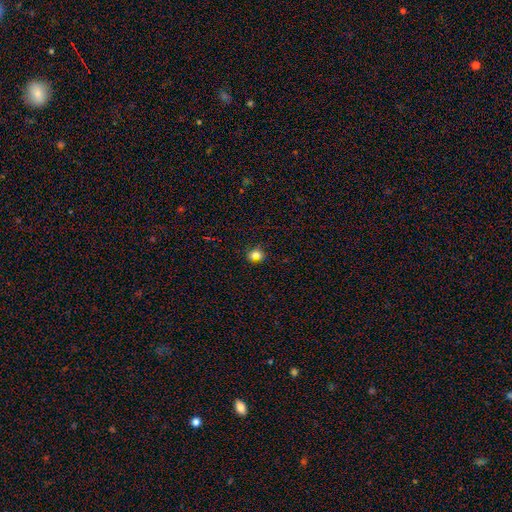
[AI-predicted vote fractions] A smooth galaxy with no disk features (73%) that is round (65%). Merging: none (71%).